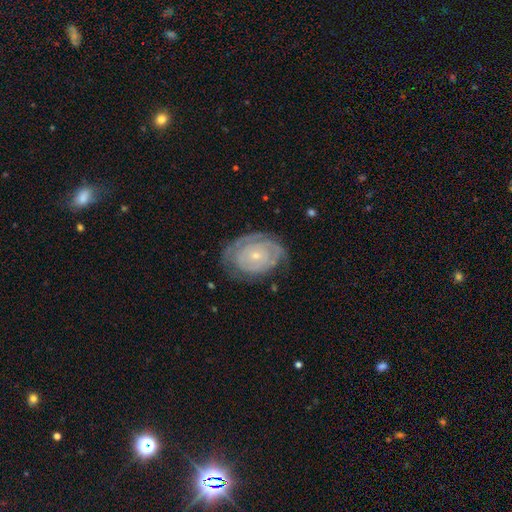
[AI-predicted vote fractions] Smooth or featured? featured or disk (76%)
Edge-on disk? no (96%)
Bar? no (83%)
Spiral arms? yes (79%)
Spiral winding? tight (77%)
Spiral arm count? can't tell (53%)
Bulge size? small (78%)
Merging? none (66%)